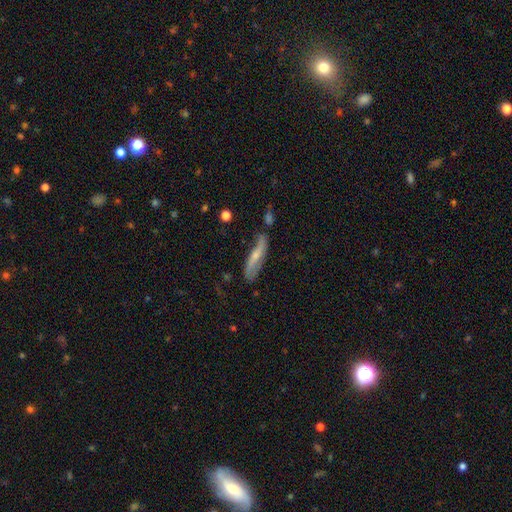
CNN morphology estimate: The model was most divided on "edge-on disk": no: 57%, yes: 43%. More confident: merging — none (58%); smooth or featured — featured or disk (55%).